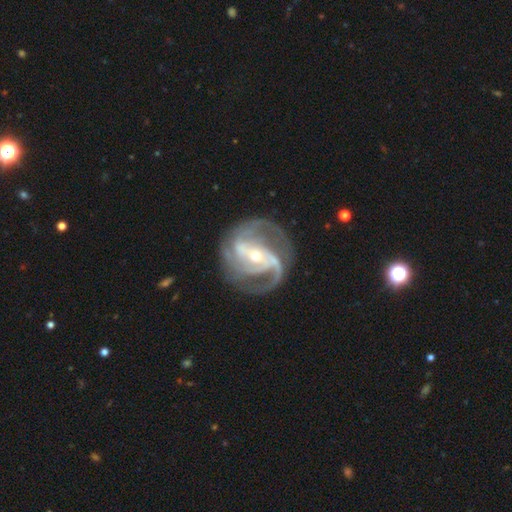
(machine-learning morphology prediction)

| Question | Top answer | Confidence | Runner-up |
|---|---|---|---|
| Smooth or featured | featured or disk | 92% | star or artifact (5%) |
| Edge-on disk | no | 98% | yes (2%) |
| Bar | strong | 41% | weak (35%) |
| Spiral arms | yes | 98% | no (2%) |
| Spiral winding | medium | 53% | tight (33%) |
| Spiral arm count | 3 | 38% | 2 (37%) |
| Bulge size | small | 63% | moderate (34%) |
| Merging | none | 72% | minor disturbance (16%) |